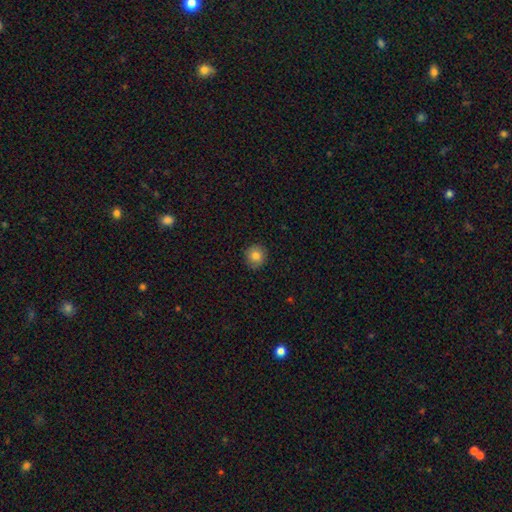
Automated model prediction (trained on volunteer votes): Overall: smooth (82%). How rounded: round (91%). Merging: none (91%).